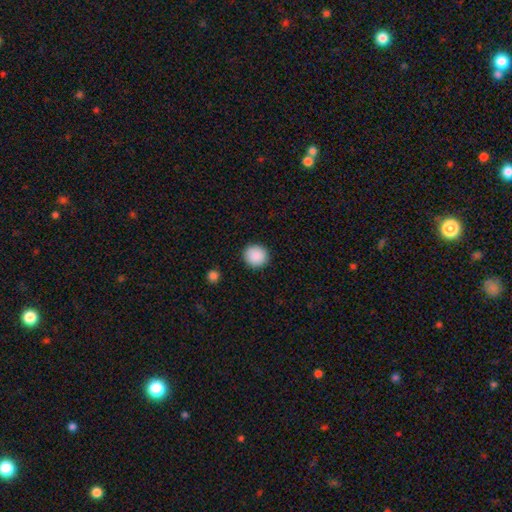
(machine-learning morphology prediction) type=smooth (90%); roundness=round (93%); merging=none (92%).